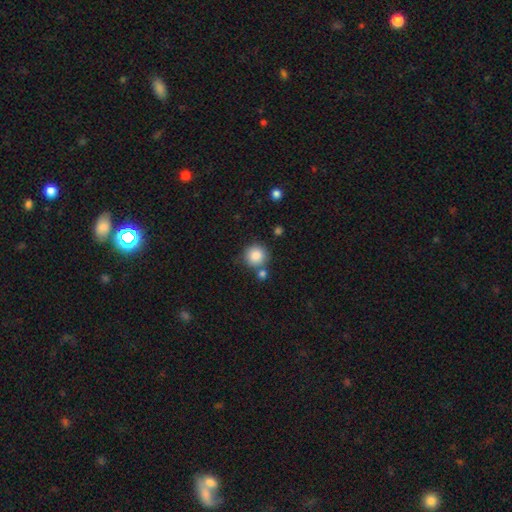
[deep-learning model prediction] This appears to be a smooth galaxy with no disk features (86%) that is round (93%). Merging: none (71%).